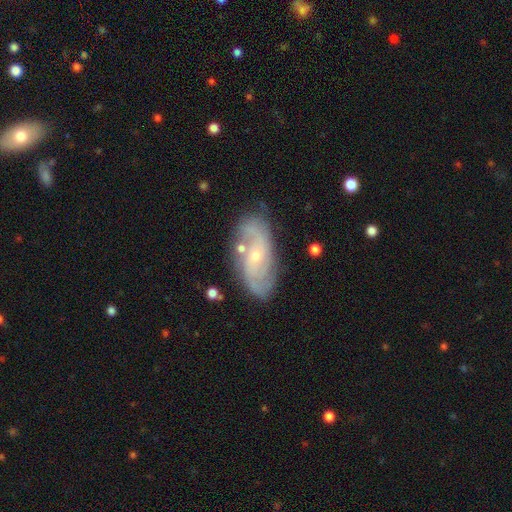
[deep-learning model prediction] Smooth or featured? Predicted: featured or disk (p=0.80). Edge-on disk? Predicted: no (p=0.94). Bar? Predicted: no (p=0.62). Spiral arms? Predicted: yes (p=0.92). Spiral winding? Predicted: medium (p=0.44). Spiral arm count? Predicted: 2 (p=0.60). Bulge size? Predicted: small (p=0.73). Merging? Predicted: none (p=0.74).